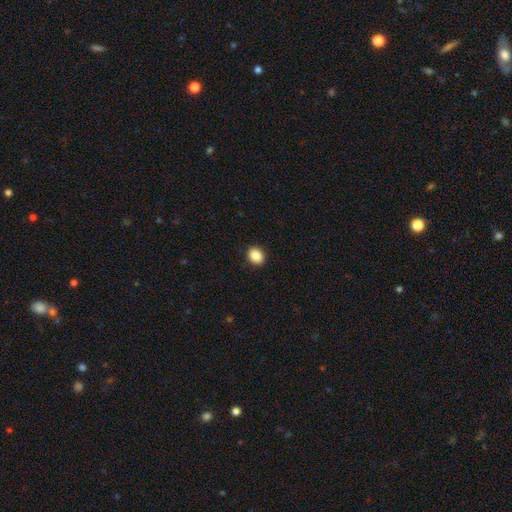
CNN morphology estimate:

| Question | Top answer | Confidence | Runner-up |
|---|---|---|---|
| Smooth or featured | smooth | 88% | star or artifact (9%) |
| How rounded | round | 58% | in between (41%) |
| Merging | none | 91% | minor disturbance (6%) |